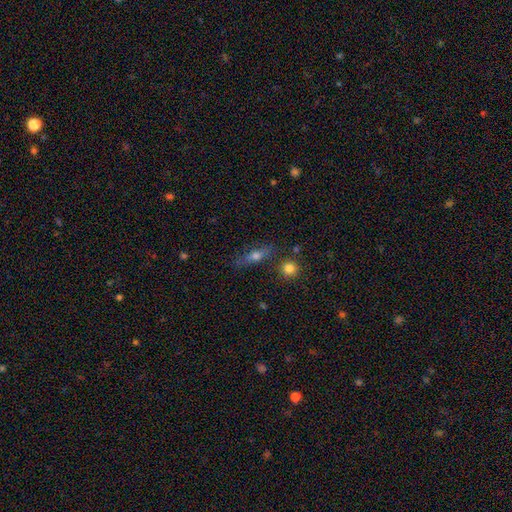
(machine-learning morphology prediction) This appears to be a smooth galaxy with no disk features (46%). Merging: none (78%).